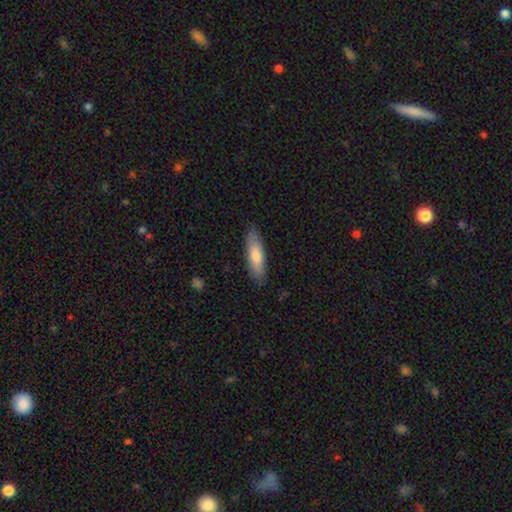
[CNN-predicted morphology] smooth_or_featured: smooth (p=0.77) [alt: featured or disk p=0.17]
how_rounded: cigar-shaped (p=0.60) [alt: in between p=0.39]
merging: none (p=0.86) [alt: minor disturbance p=0.11]